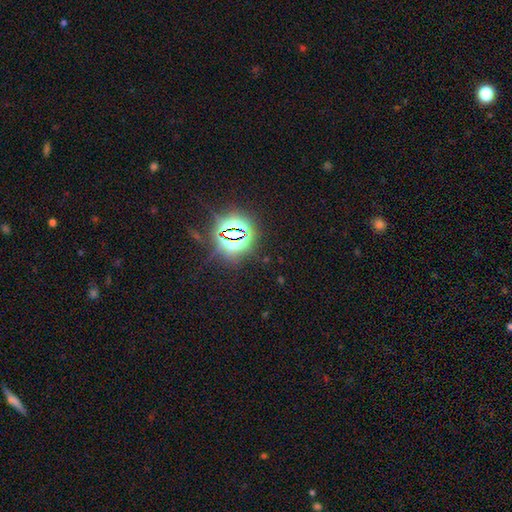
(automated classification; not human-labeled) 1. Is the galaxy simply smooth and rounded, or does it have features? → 81% star or artifact, 12% smooth, 8% featured or disk.